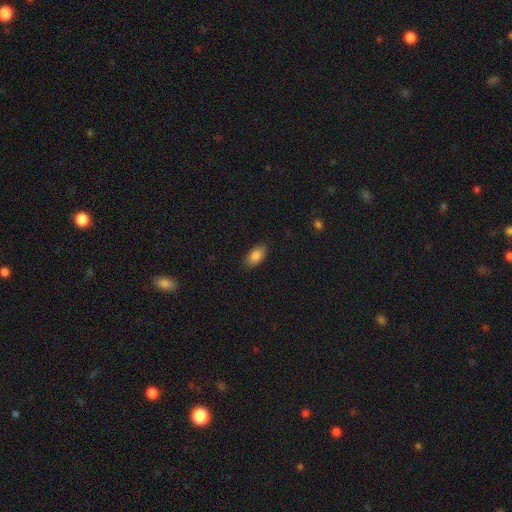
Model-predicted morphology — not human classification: A smooth galaxy with no disk features (87%) that is in between round and cigar-shaped (93%).

Vote fractions:
- Smooth or featured? smooth: 87% / star or artifact: 8% / featured or disk: 6%
- How rounded? in between: 93% / round: 5% / cigar-shaped: 3%
- Merging? none: 86% / minor disturbance: 10% / major disturbance: 2% / merger: 1%